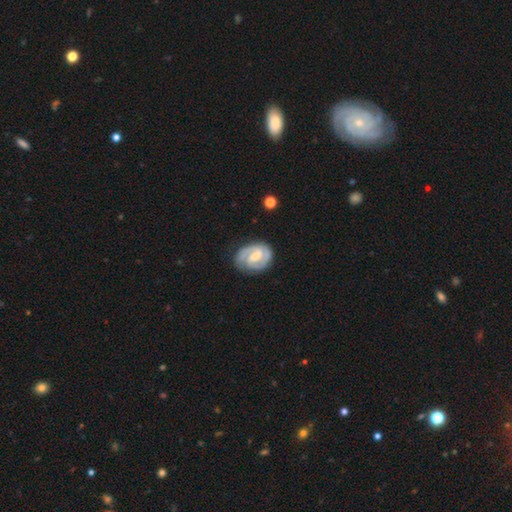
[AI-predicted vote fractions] Q: Smooth or featured?
A: featured or disk (85%); runner-up: smooth (11%)
Q: Edge-on disk?
A: no (98%); runner-up: yes (2%)
Q: Bar?
A: weak (53%); runner-up: strong (29%)
Q: Spiral arms?
A: yes (96%); runner-up: no (4%)
Q: Spiral winding?
A: tight (54%); runner-up: medium (38%)
Q: Spiral arm count?
A: 2 (78%); runner-up: can't tell (8%)
Q: Bulge size?
A: small (47%); runner-up: moderate (36%)
Q: Merging?
A: none (77%); runner-up: minor disturbance (16%)